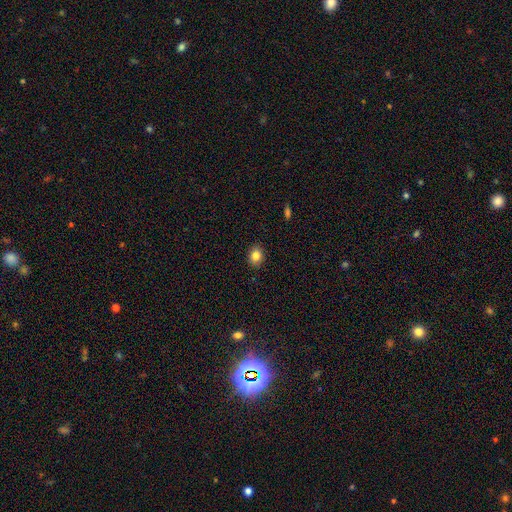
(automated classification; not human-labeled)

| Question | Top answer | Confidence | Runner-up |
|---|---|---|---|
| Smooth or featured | smooth | 84% | star or artifact (10%) |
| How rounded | round | 52% | in between (47%) |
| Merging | none | 89% | minor disturbance (8%) |